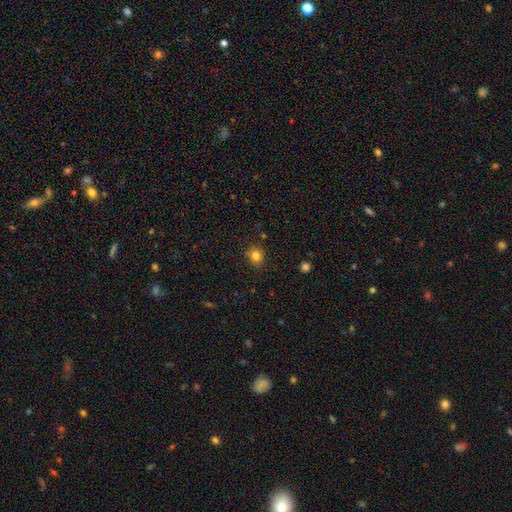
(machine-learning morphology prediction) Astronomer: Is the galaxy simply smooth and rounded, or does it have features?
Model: smooth — 81%.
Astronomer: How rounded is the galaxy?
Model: round — 68%.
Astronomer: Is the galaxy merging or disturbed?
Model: none — 83%.